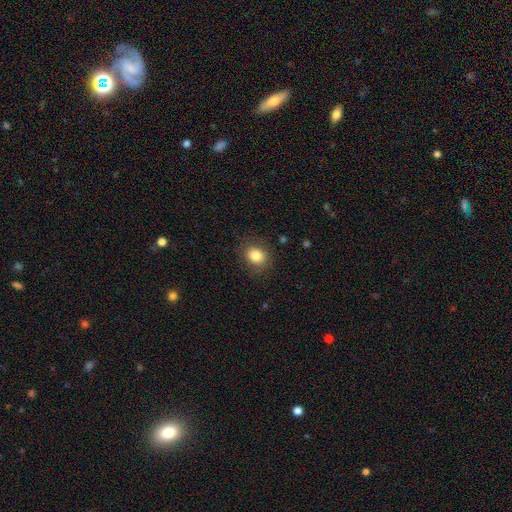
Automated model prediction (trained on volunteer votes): Smooth or featured: smooth — 83% (star or artifact — 10%)
How rounded: round — 61% (in between — 38%)
Merging: none — 86% (minor disturbance — 10%)